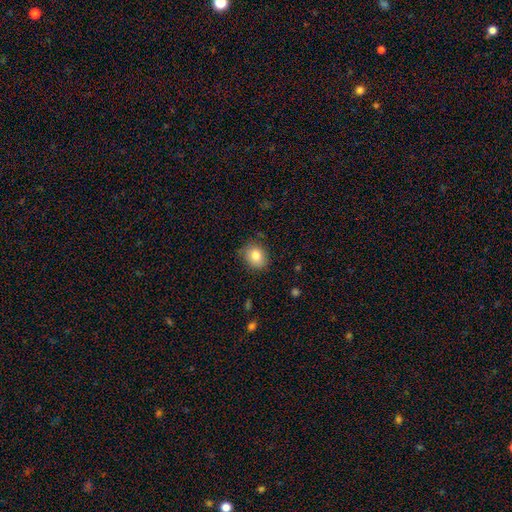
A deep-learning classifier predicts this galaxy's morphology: Q: Smooth or featured?
A: smooth (81%); runner-up: featured or disk (10%)
Q: How rounded?
A: round (63%); runner-up: in between (36%)
Q: Merging?
A: none (77%); runner-up: minor disturbance (18%)